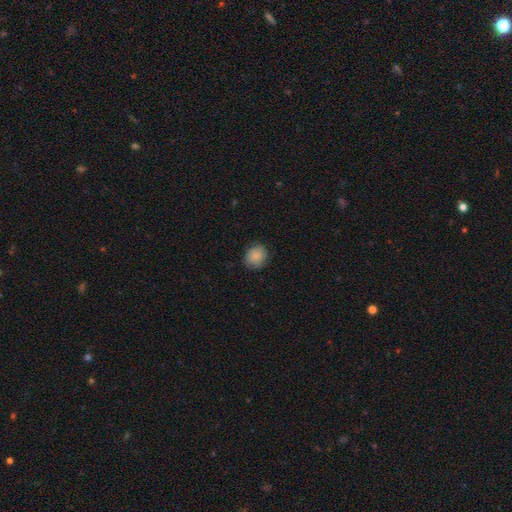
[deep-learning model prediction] smooth-or-featured: smooth: 86% | star or artifact: 8% | featured or disk: 7%
  how-rounded: round: 74% | in between: 25% | cigar-shaped: 1%
  merging: none: 80% | minor disturbance: 16% | major disturbance: 3% | merger: 1%